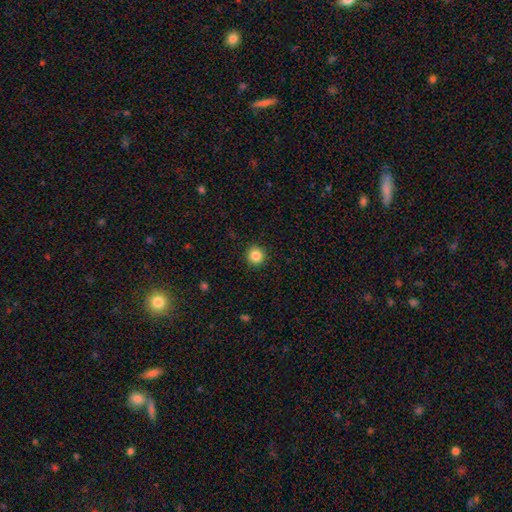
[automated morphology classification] Smooth or featured? smooth (85%)
How rounded? round (94%)
Merging? none (92%)